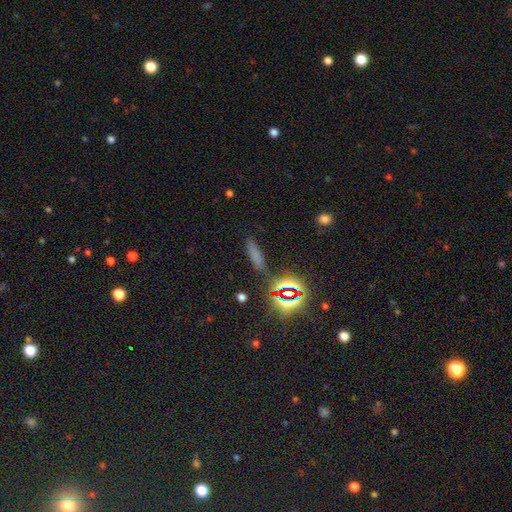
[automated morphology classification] Q: Smooth or featured?
A: smooth (61%); runner-up: star or artifact (28%)
Q: How rounded?
A: cigar-shaped (72%); runner-up: in between (24%)
Q: Merging?
A: none (80%); runner-up: minor disturbance (12%)